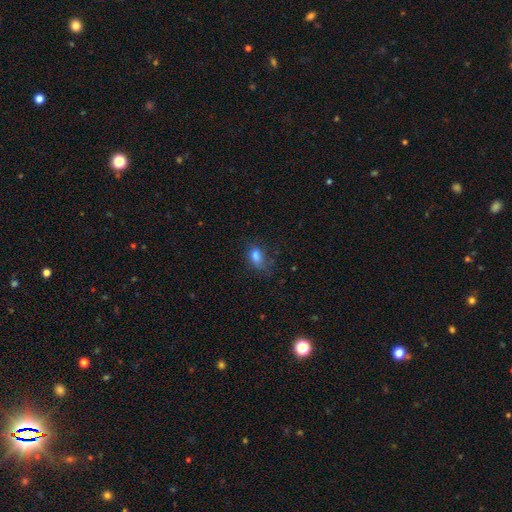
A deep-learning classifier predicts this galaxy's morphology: Overall: smooth (79%). How rounded: in between (83%). Merging: none (60%; minor disturbance 25%).